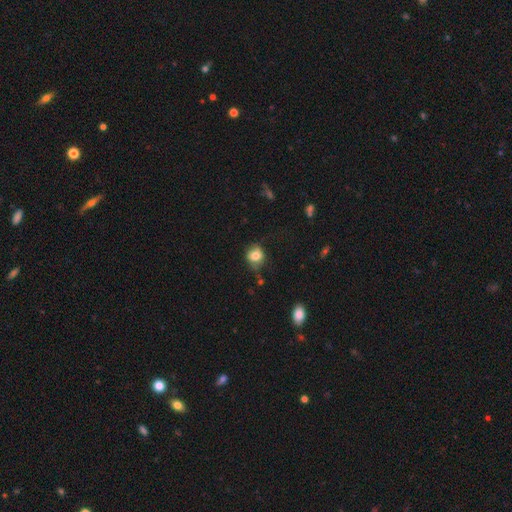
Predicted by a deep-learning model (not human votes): Morphology: type=smooth (75%); roundness=round (69%); merging=none (61%).